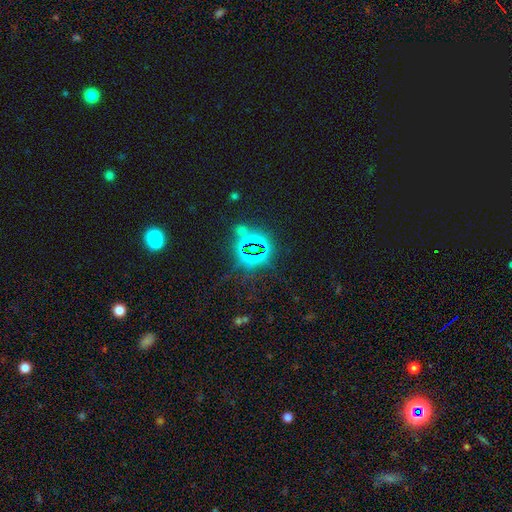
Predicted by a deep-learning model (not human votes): A star or artifact, not a galaxy (78%).

Vote fractions:
- Smooth or featured? star or artifact: 78% / smooth: 13% / featured or disk: 9%